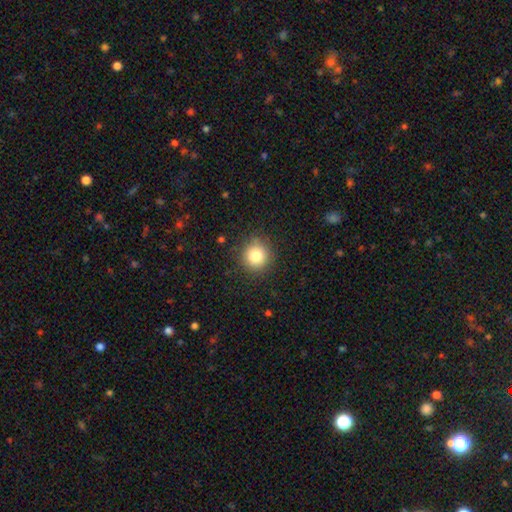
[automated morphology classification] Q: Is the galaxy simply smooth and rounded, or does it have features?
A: smooth — 81%.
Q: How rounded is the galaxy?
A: round — 93%.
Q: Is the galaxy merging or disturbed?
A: none — 88%.